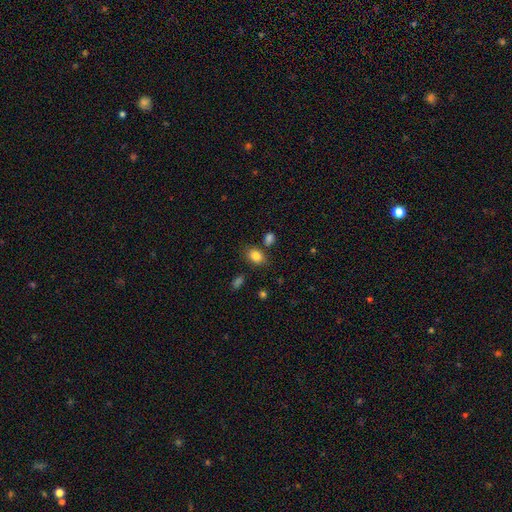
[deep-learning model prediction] smooth_or_featured: smooth (p=0.84) [alt: star or artifact p=0.10]
how_rounded: in between (p=0.74) [alt: round p=0.25]
merging: none (p=0.74) [alt: minor disturbance p=0.14]